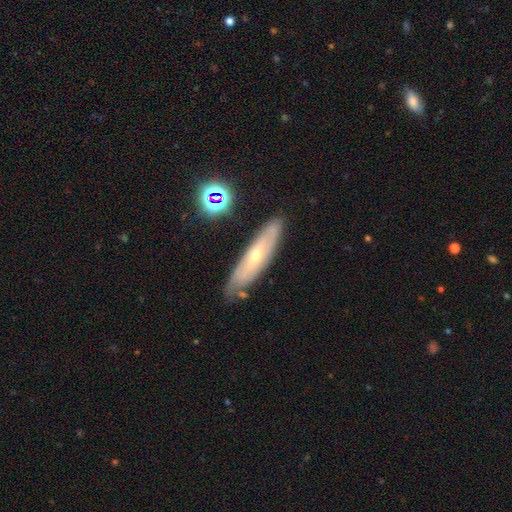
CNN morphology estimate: Overall: featured or disk (65%; smooth 26%). Edge-on disk: no (59%; yes 41%). Merging: none (77%).